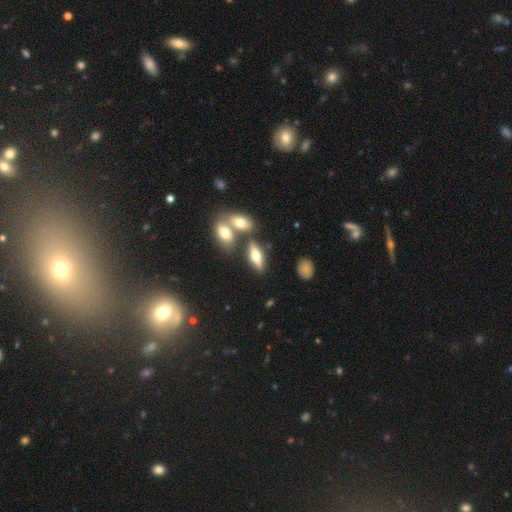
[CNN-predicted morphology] Smooth or featured?
  - smooth: 52% *
  - featured or disk: 39%
  - star or artifact: 8%
How rounded?
  - in between: 64% *
  - cigar-shaped: 31%
  - round: 5%
Merging?
  - none: 63% *
  - merger: 23%
  - minor disturbance: 10%
  - major disturbance: 4%